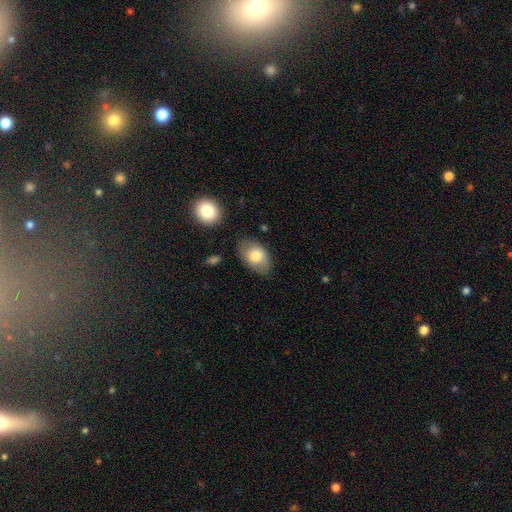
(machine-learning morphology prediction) smooth-or-featured: smooth: 77% | featured or disk: 16% | star or artifact: 6%
  how-rounded: in between: 89% | round: 10% | cigar-shaped: 1%
  merging: none: 76% | minor disturbance: 17% | major disturbance: 4% | merger: 2%